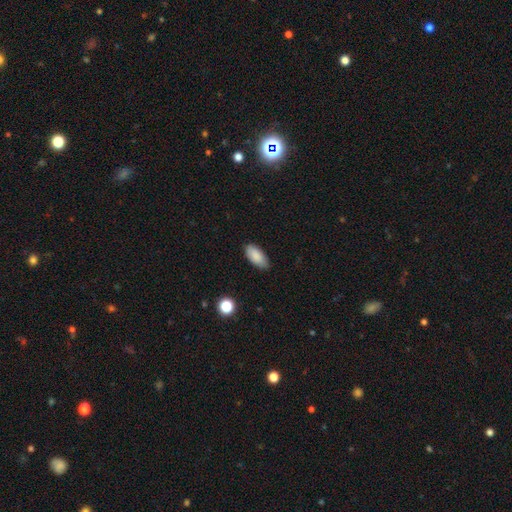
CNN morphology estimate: Smooth or featured? Predicted: smooth (p=0.88). How rounded? Predicted: in between (p=0.91). Merging? Predicted: none (p=0.82).